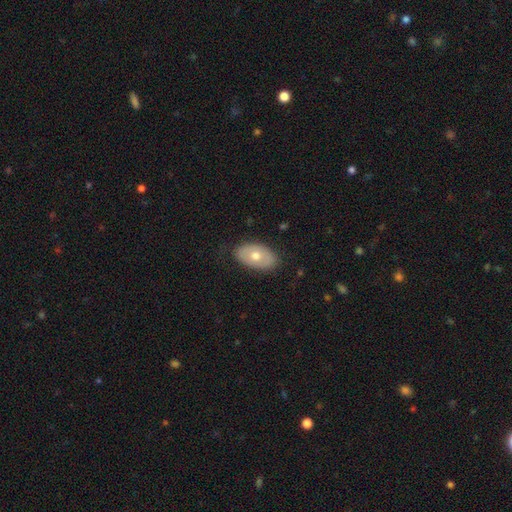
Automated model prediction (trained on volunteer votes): Smooth or featured?
  - smooth: 58% *
  - featured or disk: 36%
  - star or artifact: 6%
How rounded?
  - in between: 90% *
  - round: 8%
  - cigar-shaped: 1%
Merging?
  - none: 81% *
  - minor disturbance: 15%
  - major disturbance: 4%
  - merger: 1%